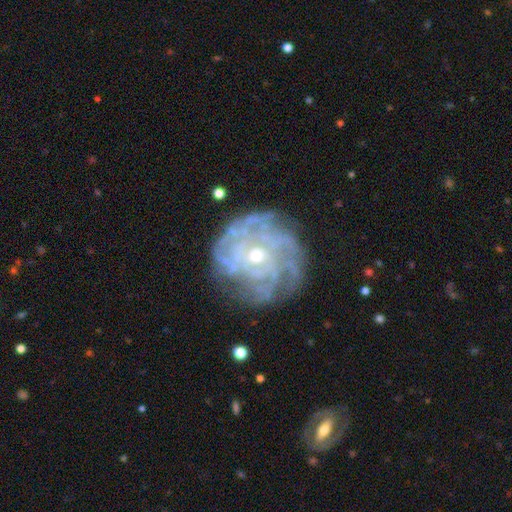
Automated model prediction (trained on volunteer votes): Smooth or featured? featured or disk (86%)
Edge-on disk? no (98%)
Bar? no (79%)
Spiral arms? yes (91%)
Spiral winding? tight (72%)
Spiral arm count? can't tell (40%)
Bulge size? moderate (56%)
Merging? none (72%)